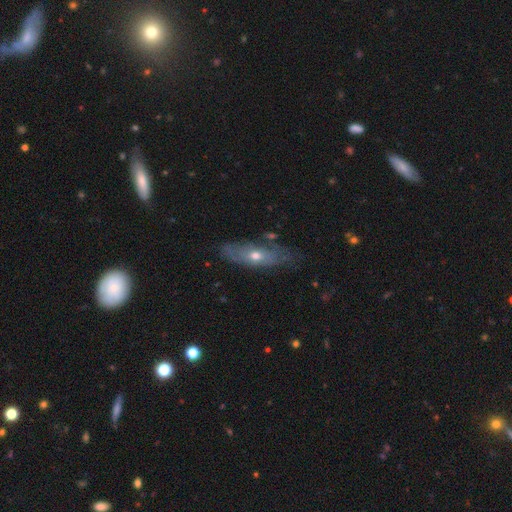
featured or disk 60%, smooth 32%, star or artifact 8%. Down the decision tree: edge-on disk — no (71%); bar — no (88%); spiral arms — yes (53%); spiral arm count — can't tell (89%); spiral winding — tight (89%); bulge size — moderate (59%); merging — none (70%).